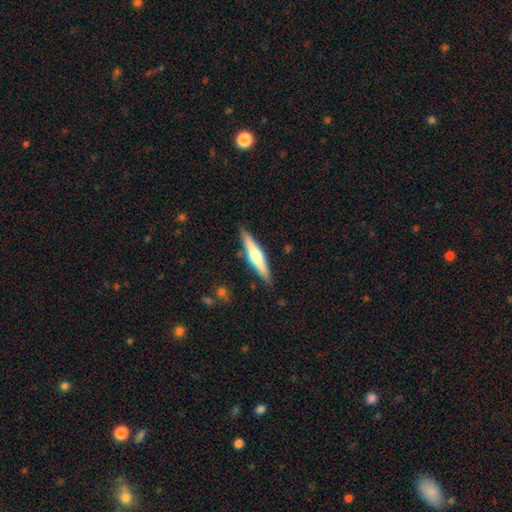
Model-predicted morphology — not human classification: featured or disk 54%, smooth 40%, star or artifact 6%. Down the decision tree: edge-on disk — yes (96%); edge-on bulge — rounded (85%); merging — none (88%).